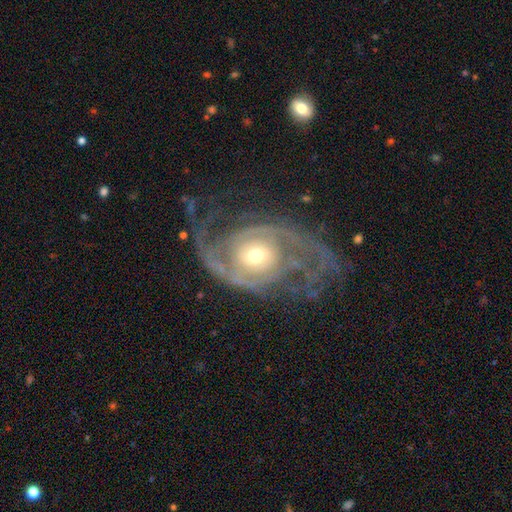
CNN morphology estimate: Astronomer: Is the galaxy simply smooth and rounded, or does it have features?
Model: featured or disk — 88%.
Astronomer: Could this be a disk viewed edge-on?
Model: no — 96%.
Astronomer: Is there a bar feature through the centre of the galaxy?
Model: no — 65%.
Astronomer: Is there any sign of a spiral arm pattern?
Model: yes — 93%.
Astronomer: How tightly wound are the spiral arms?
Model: medium — 42% (runner-up: tight, 33%).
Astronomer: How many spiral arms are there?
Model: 2 — 66%.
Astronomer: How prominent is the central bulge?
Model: moderate — 58%.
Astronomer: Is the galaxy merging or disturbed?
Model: none — 56%.